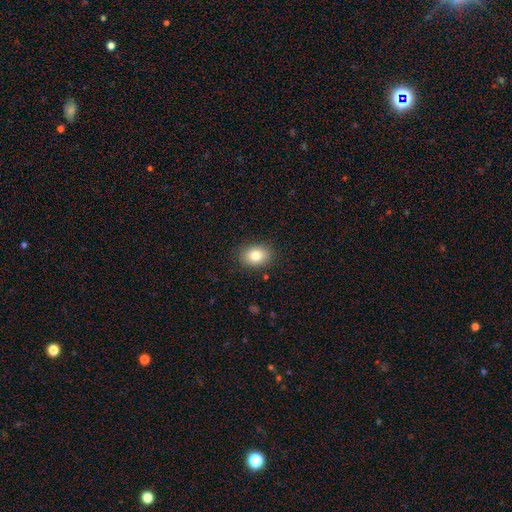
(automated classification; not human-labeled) Overall: smooth (82%). How rounded: in between (67%; round 32%). Merging: none (87%).